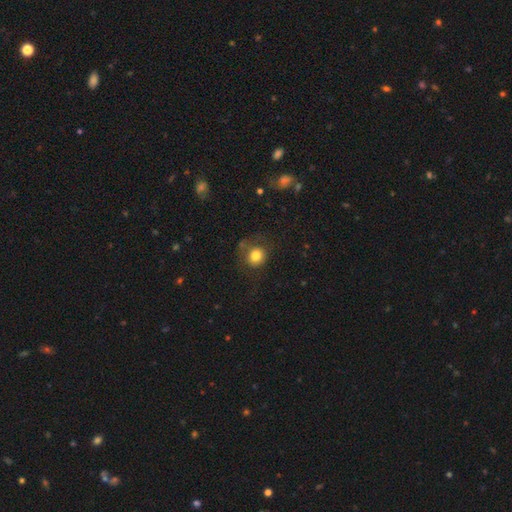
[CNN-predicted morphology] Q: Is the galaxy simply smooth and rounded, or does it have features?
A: smooth — 80%.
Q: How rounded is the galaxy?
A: round — 86%.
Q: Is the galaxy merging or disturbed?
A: none — 67%.